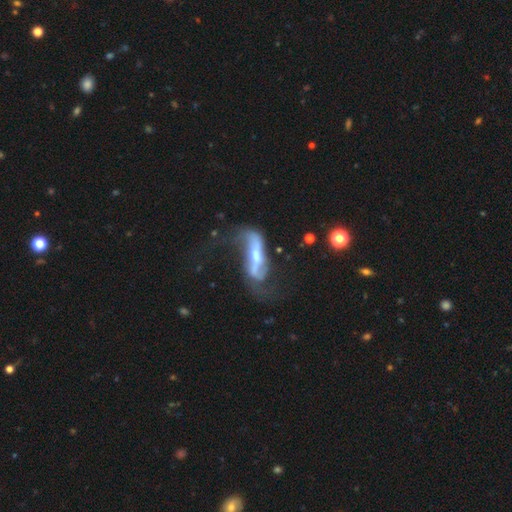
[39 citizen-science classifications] Smooth or featured: featured or disk — 82% (smooth — 15%)
Edge-on disk: no — 81% (yes — 19%)
Bar: strong — 42% (weak — 38%)
Spiral arms: yes — 96% (no — 4%)
Spiral winding: loose — 88% (medium — 8%)
Spiral arm count: 2 — 96% (1 — 4%)
Bulge size: small — 46% (moderate — 42%)
Merging: major disturbance — 39% (none — 26%)